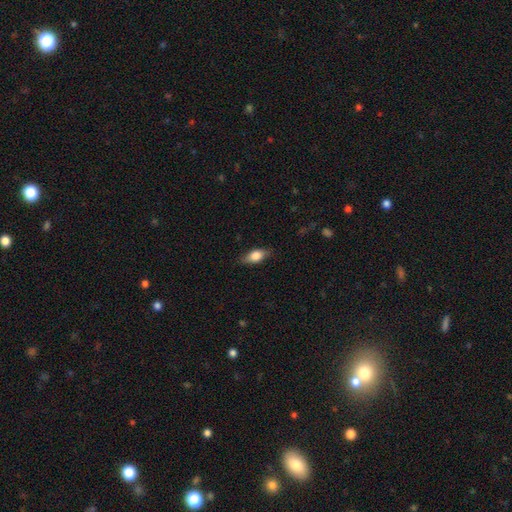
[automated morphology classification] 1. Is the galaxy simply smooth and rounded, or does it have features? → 76% smooth, 17% featured or disk, 7% star or artifact.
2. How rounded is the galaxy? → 81% in between, 13% cigar-shaped, 6% round.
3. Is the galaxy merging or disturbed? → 81% none, 14% minor disturbance, 3% major disturbance, 1% merger.